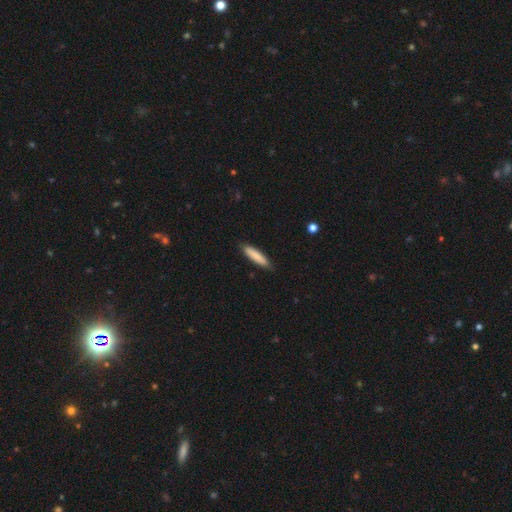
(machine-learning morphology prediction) The model was most divided on "how rounded": cigar-shaped: 80%, in between: 19%, round: 1%. More confident: merging — none (88%); smooth or featured — smooth (85%).